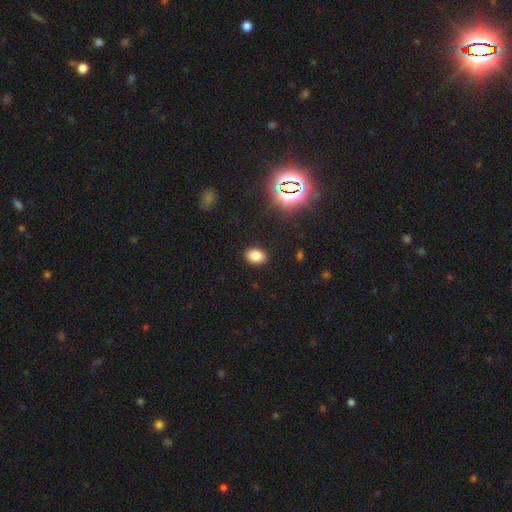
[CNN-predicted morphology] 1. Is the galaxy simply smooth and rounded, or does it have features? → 80% smooth, 14% star or artifact, 6% featured or disk.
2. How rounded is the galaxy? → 80% in between, 19% round, 1% cigar-shaped.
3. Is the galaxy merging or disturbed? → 89% none, 8% minor disturbance, 2% major disturbance, 1% merger.